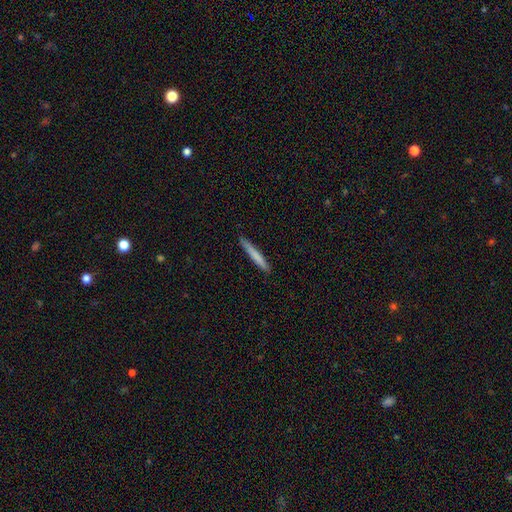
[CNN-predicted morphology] The model was most divided on "smooth or featured": smooth: 74%, featured or disk: 20%, star or artifact: 6%. More confident: how rounded — cigar-shaped (96%); merging — none (89%).